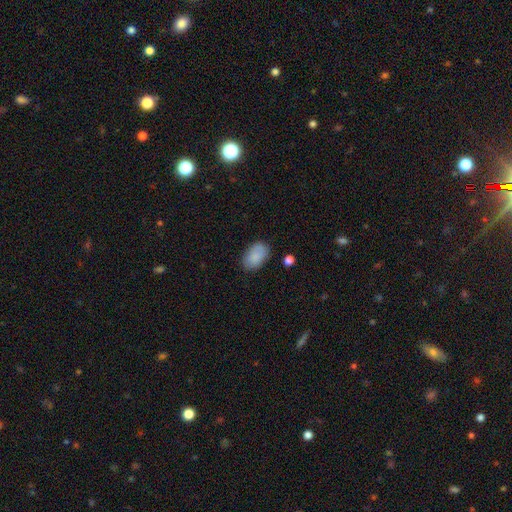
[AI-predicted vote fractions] smooth-or-featured: smooth: 86% | featured or disk: 7% | star or artifact: 7%
  how-rounded: in between: 91% | round: 8% | cigar-shaped: 1%
  merging: none: 77% | minor disturbance: 16% | major disturbance: 4% | merger: 3%